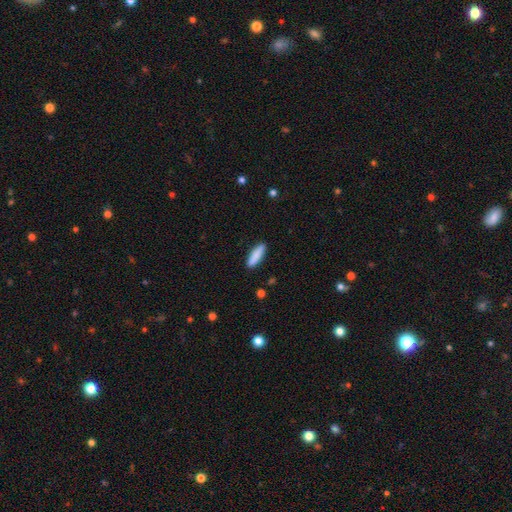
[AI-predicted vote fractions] Morphology: type=smooth (86%); roundness=cigar-shaped (69%); merging=none (88%).